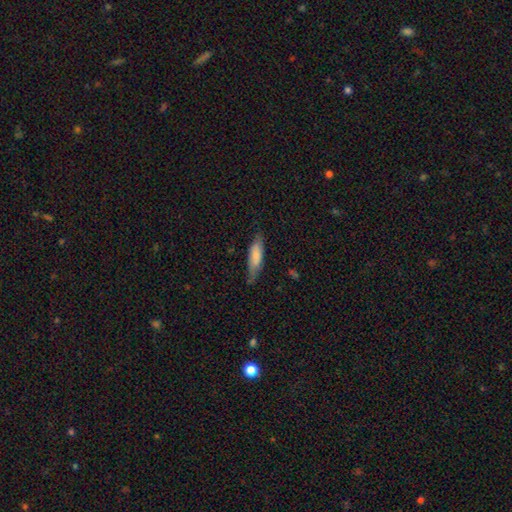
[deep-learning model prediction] Overall: smooth (75%). How rounded: cigar-shaped (54%; in between 45%). Merging: none (67%).